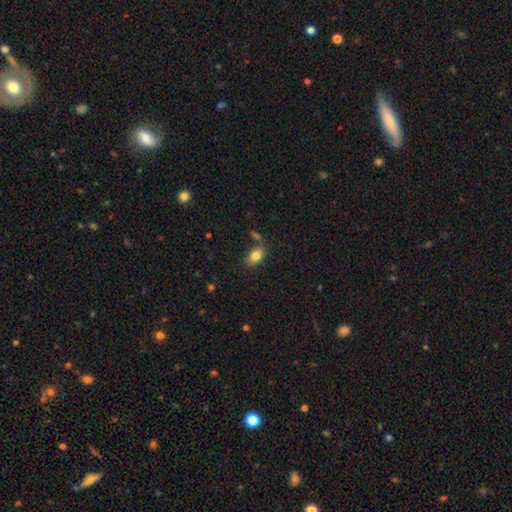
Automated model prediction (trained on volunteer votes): Morphology: type=smooth (83%); roundness=in between (90%); merging=none (73%).